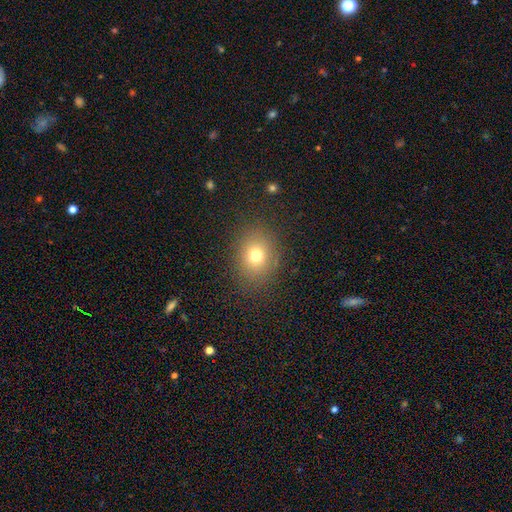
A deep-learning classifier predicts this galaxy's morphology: Smooth or featured? smooth (72%)
How rounded? round (58%)
Merging? none (84%)